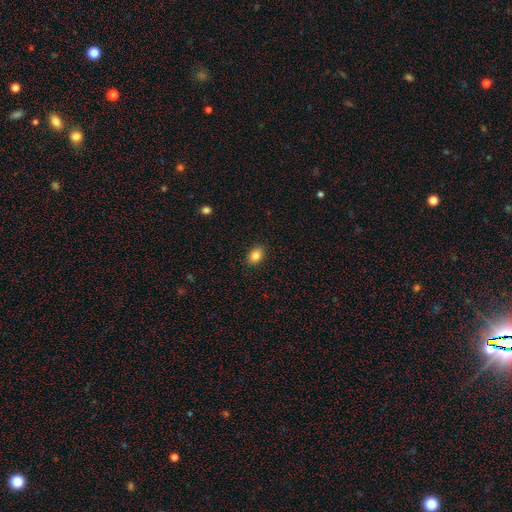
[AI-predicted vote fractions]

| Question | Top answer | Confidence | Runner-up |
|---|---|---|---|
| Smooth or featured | smooth | 85% | star or artifact (10%) |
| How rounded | in between | 66% | round (33%) |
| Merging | none | 90% | minor disturbance (8%) |